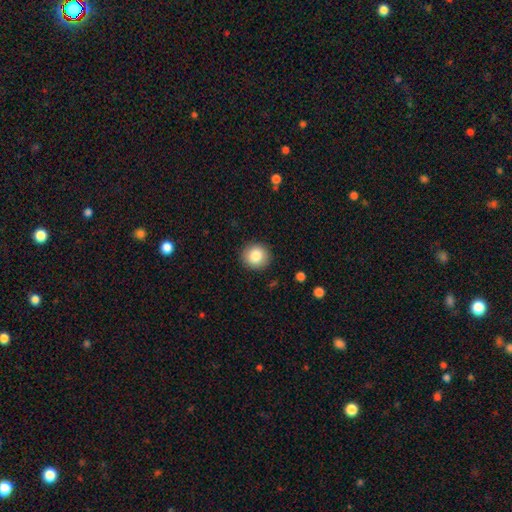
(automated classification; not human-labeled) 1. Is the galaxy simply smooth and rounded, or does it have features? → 85% smooth, 8% star or artifact, 7% featured or disk.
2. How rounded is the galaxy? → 91% round, 8% in between, 1% cigar-shaped.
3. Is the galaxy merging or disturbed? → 91% none, 6% minor disturbance, 2% major disturbance, 1% merger.